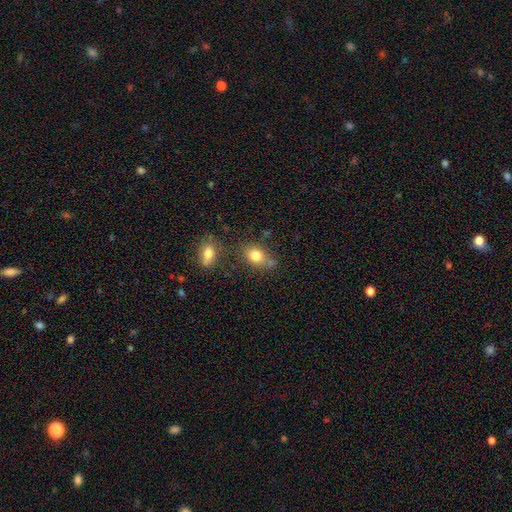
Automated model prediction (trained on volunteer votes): A smooth galaxy with no disk features (80%) that is in between round and cigar-shaped (65%).

Vote fractions:
- Smooth or featured? smooth: 80% / featured or disk: 10% / star or artifact: 10%
- How rounded? in between: 65% / round: 33% / cigar-shaped: 2%
- Merging? none: 62% / minor disturbance: 17% / merger: 16% / major disturbance: 5%